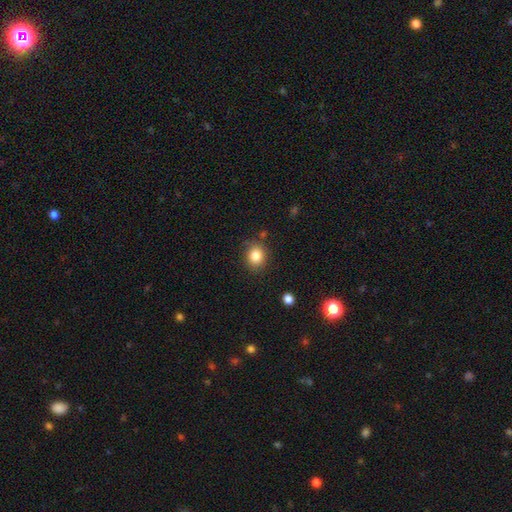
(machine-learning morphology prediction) This appears to be a smooth galaxy with no disk features (84%) that is round (70%). Merging: none (82%).